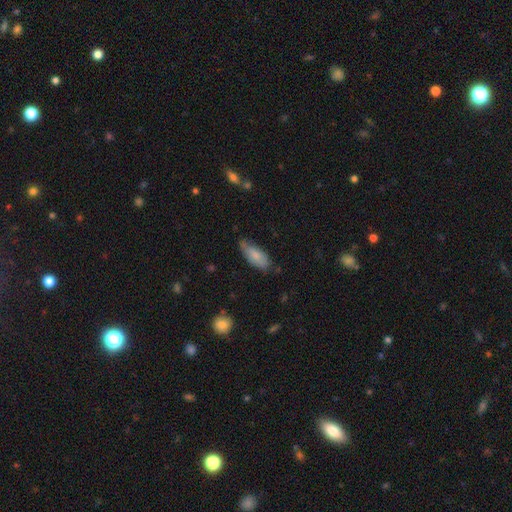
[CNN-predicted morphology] This is likely a smooth galaxy (75%). How rounded: likely in between (79%). Merging: possibly none (59%).